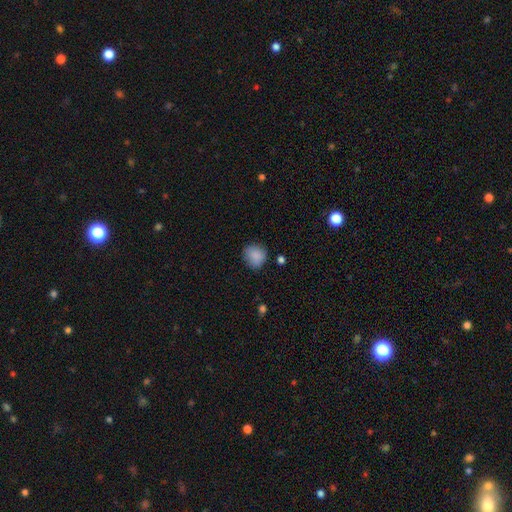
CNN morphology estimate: smooth_or_featured: smooth (p=0.86) [alt: star or artifact p=0.09]
how_rounded: round (p=0.80) [alt: in between p=0.19]
merging: none (p=0.77) [alt: minor disturbance p=0.17]